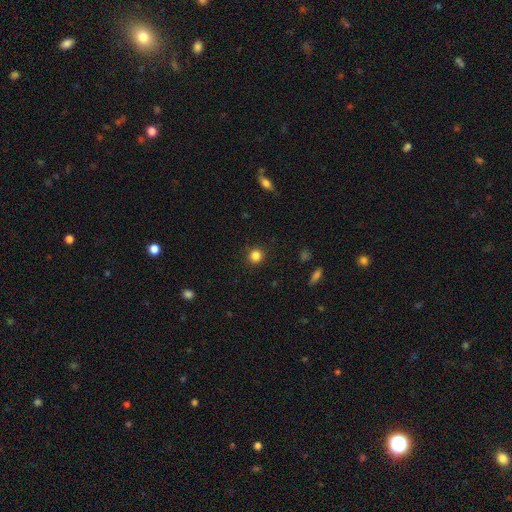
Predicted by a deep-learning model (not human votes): Smooth or featured? smooth (84%)
How rounded? round (92%)
Merging? none (90%)